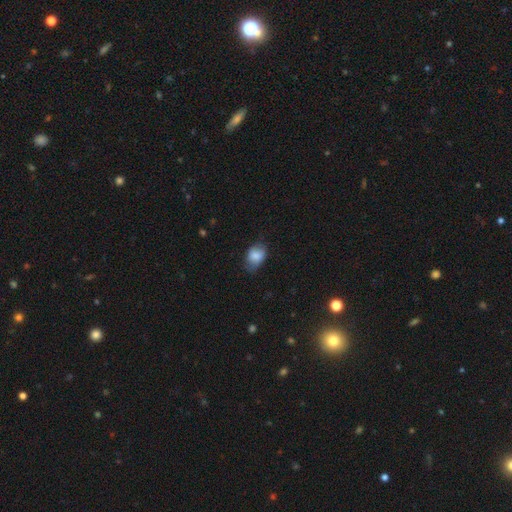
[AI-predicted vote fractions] This is clearly a smooth galaxy (81%). How rounded: likely in between (75%). Merging: likely none (64%).